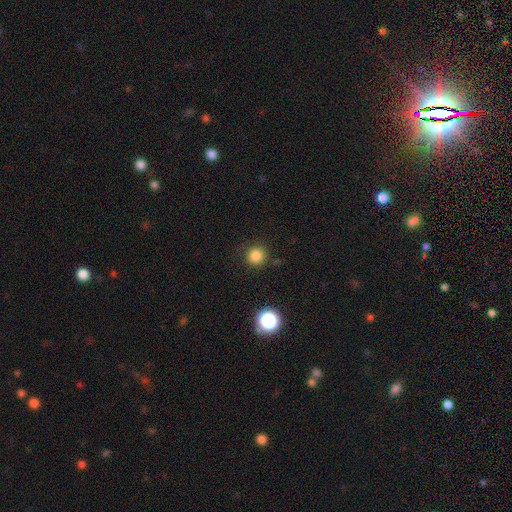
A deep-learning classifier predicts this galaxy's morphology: Q: Smooth or featured?
A: smooth (82%); runner-up: star or artifact (14%)
Q: How rounded?
A: round (95%); runner-up: in between (4%)
Q: Merging?
A: none (86%); runner-up: minor disturbance (9%)